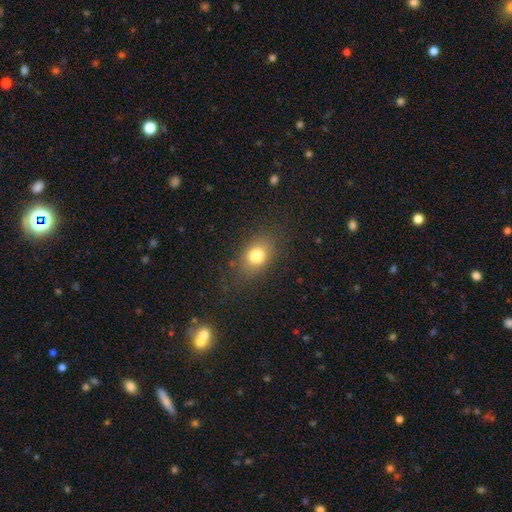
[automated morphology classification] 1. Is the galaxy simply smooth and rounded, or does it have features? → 79% smooth, 11% star or artifact, 10% featured or disk.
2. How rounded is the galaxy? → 68% in between, 30% round, 2% cigar-shaped.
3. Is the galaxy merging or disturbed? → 79% none, 14% minor disturbance, 6% major disturbance, 1% merger.